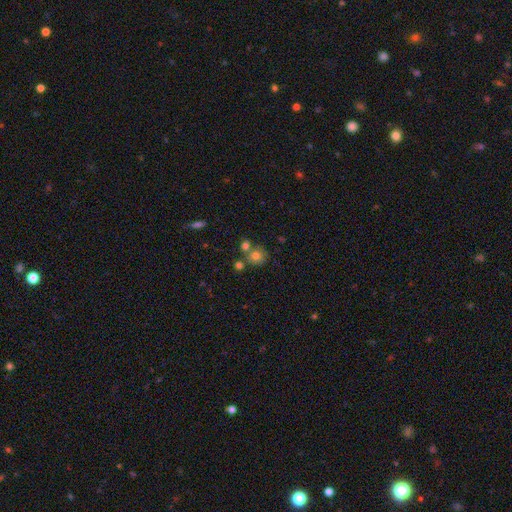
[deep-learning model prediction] Morphology: type=smooth (74%); roundness=round (84%); merging=none (60%).